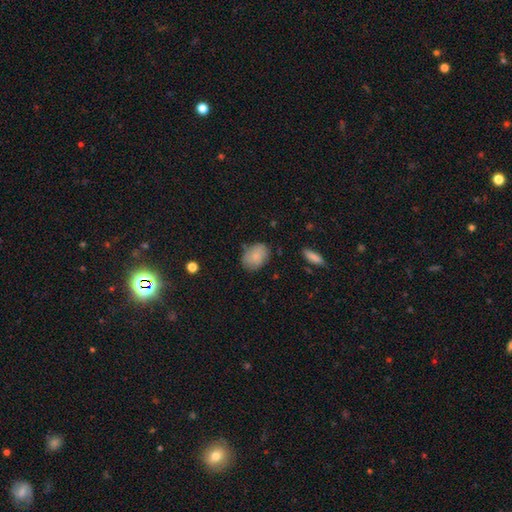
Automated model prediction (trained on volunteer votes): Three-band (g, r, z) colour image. It shows a smooth galaxy with no disk features (81%) that is in between round and cigar-shaped (77%). Merging: none (75%).